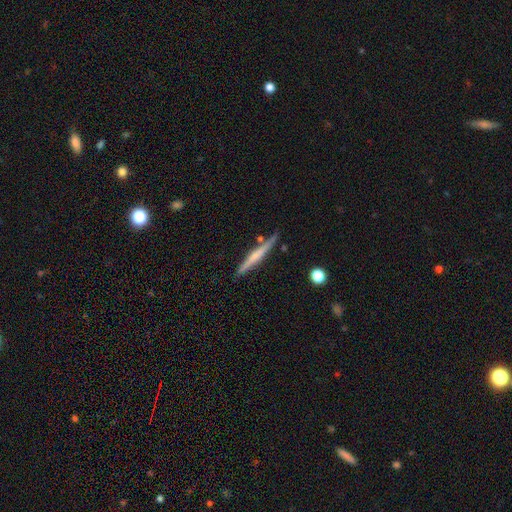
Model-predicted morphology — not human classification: smooth_or_featured: featured or disk (p=0.53) [alt: smooth p=0.41]
disk_edge_on: yes (p=0.97) [alt: no p=0.03]
edge_on_bulge: none (p=0.49) [alt: rounded p=0.34]
merging: none (p=0.82) [alt: minor disturbance p=0.12]